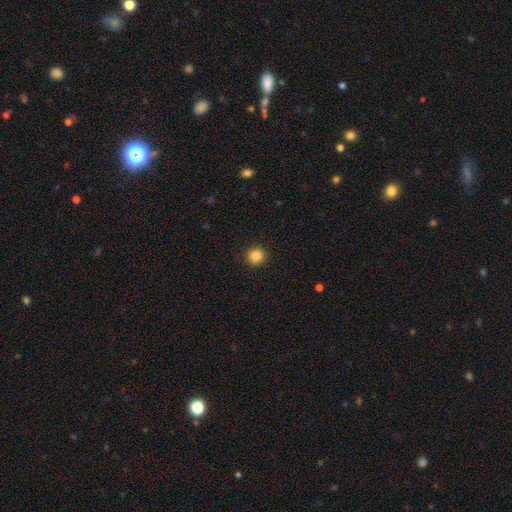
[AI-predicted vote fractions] Smooth or featured? smooth (85%)
How rounded? round (93%)
Merging? none (92%)